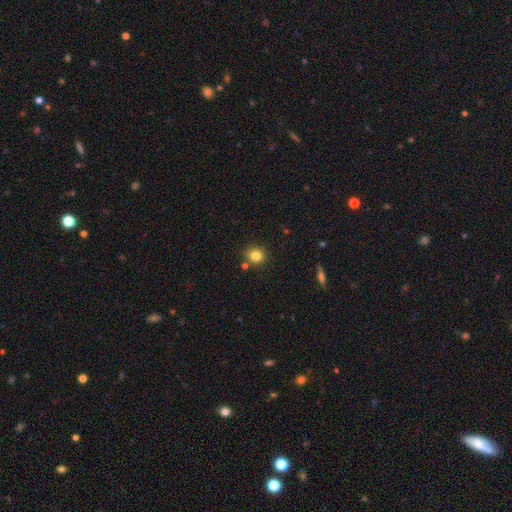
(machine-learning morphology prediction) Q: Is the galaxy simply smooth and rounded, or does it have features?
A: smooth — 81%.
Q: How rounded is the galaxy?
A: round — 84%.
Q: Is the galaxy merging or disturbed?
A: none — 81%.